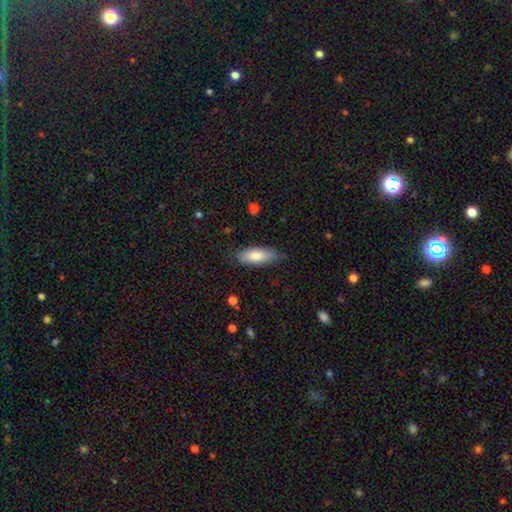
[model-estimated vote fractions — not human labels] Smooth or featured: smooth — 81% (featured or disk — 14%)
How rounded: in between — 72% (cigar-shaped — 26%)
Merging: none — 76% (minor disturbance — 20%)